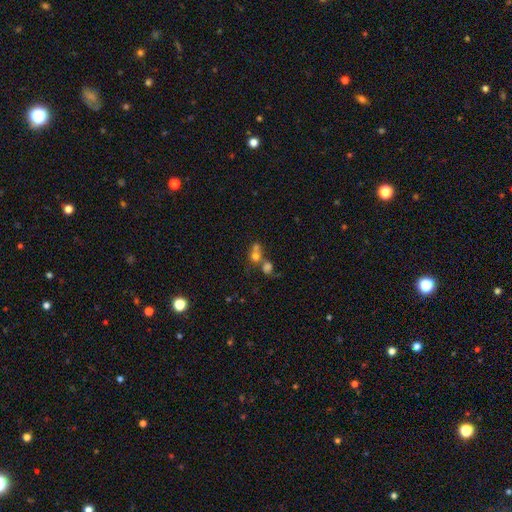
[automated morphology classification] The model was most divided on "merging": merger: 57%, none: 29%, minor disturbance: 8%, major disturbance: 7%. More confident: how rounded — round (69%); smooth or featured — smooth (65%).